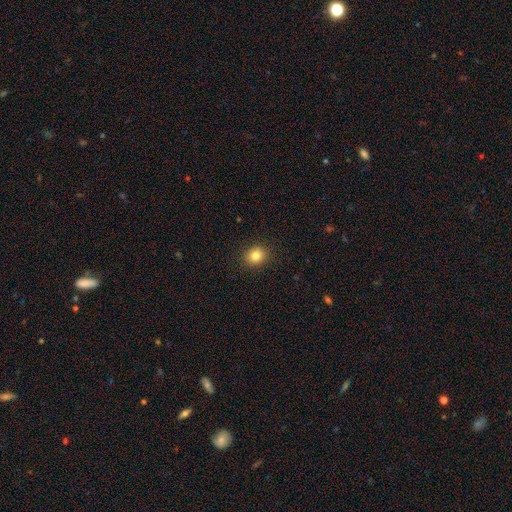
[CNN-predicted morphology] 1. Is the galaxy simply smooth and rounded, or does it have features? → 82% smooth, 11% star or artifact, 6% featured or disk.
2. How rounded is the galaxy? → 72% round, 27% in between, 1% cigar-shaped.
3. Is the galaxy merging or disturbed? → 91% none, 6% minor disturbance, 2% major disturbance, 1% merger.